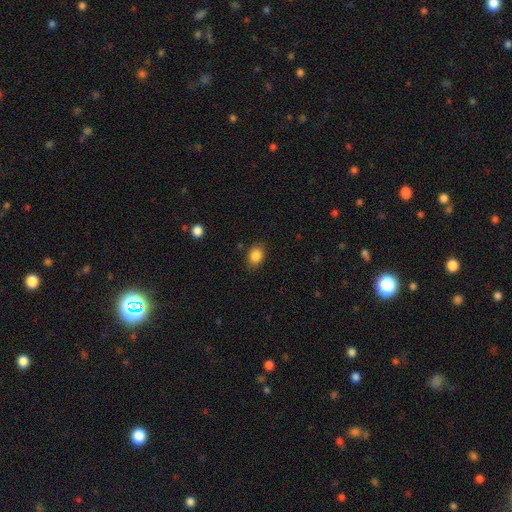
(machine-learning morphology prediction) Smooth or featured? Predicted: smooth (p=0.85). How rounded? Predicted: in between (p=0.69). Merging? Predicted: none (p=0.84).